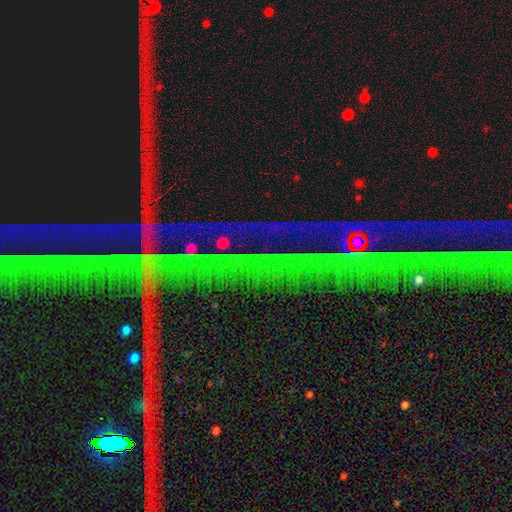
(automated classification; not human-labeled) Morphology: type=star or artifact (88%).